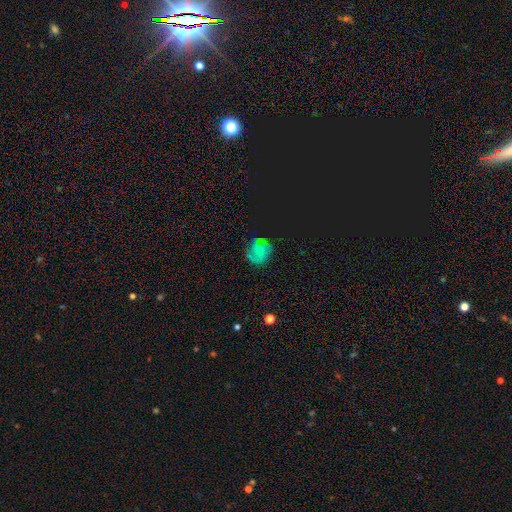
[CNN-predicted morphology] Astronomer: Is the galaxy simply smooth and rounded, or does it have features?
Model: featured or disk — 64%.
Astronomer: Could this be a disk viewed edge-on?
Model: no — 98%.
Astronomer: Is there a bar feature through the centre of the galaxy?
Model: no — 70%.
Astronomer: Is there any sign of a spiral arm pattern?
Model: yes — 92%.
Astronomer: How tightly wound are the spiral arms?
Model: medium — 47% (runner-up: tight, 32%).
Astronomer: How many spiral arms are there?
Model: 2 — 33% (runner-up: 3, 25%).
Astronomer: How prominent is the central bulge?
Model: small — 63%.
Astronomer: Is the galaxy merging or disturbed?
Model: none — 67%.